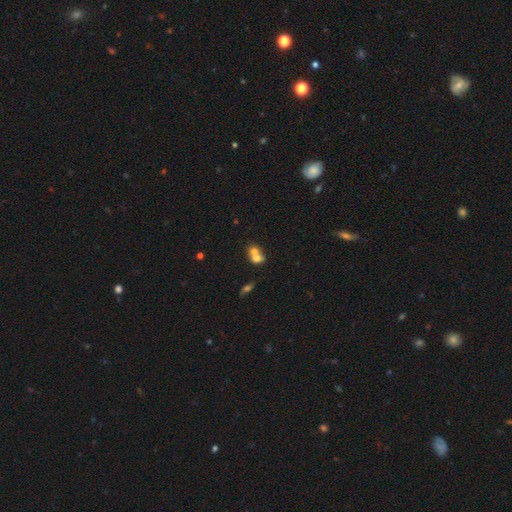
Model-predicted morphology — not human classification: Smooth or featured: smooth — 67% (featured or disk — 22%)
How rounded: round — 54% (in between — 44%)
Merging: merger — 68% (none — 23%)